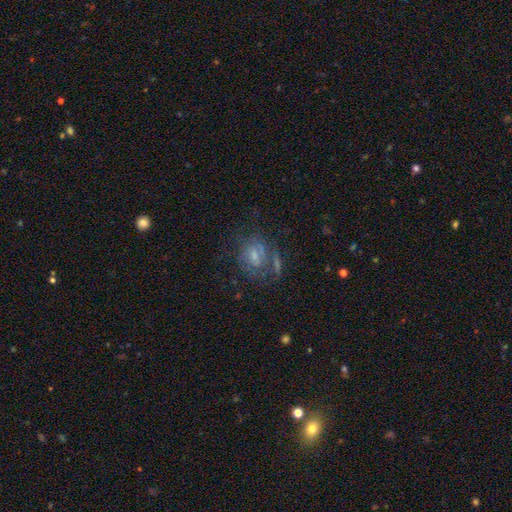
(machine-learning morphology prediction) This is possibly a featured or disk galaxy (47%). Merging: possibly none (53%).